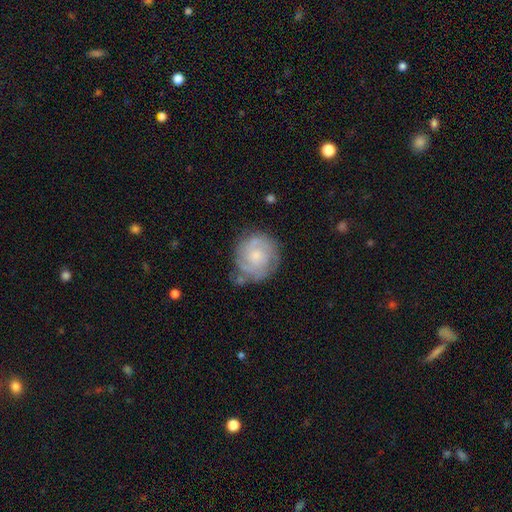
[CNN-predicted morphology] type=featured or disk (69%); edge-on=no (98%); bar=no (70%); spiral arms=yes (90%); winding=tight (59%); arm count=2 (36%); bulge=small (50%); merging=none (71%).